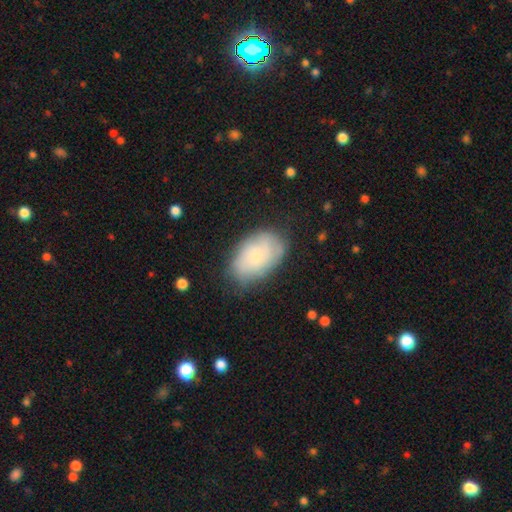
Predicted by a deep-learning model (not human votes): Smooth or featured?
  - smooth: 59% *
  - featured or disk: 33%
  - star or artifact: 8%
How rounded?
  - in between: 90% *
  - round: 8%
  - cigar-shaped: 1%
Merging?
  - none: 71% *
  - minor disturbance: 21%
  - major disturbance: 6%
  - merger: 1%